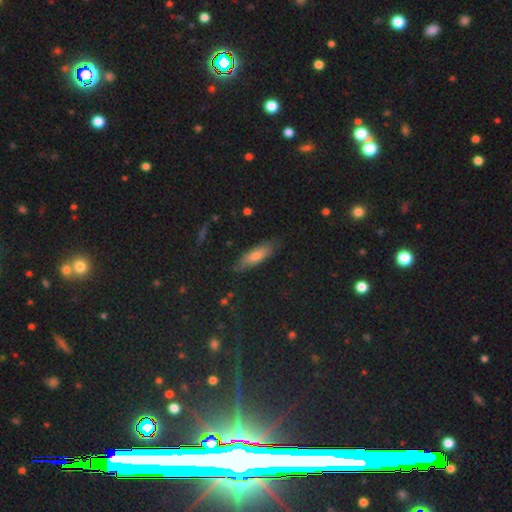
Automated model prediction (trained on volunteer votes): The model was most divided on "how rounded": in between: 50%, cigar-shaped: 47%, round: 3%. More confident: merging — none (82%); smooth or featured — smooth (62%).